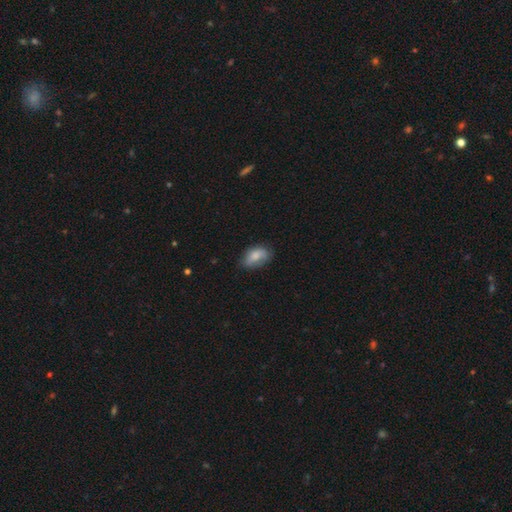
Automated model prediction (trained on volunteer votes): Smooth or featured: smooth — 77% (featured or disk — 15%)
How rounded: in between — 89% (round — 8%)
Merging: none — 59% (minor disturbance — 31%)